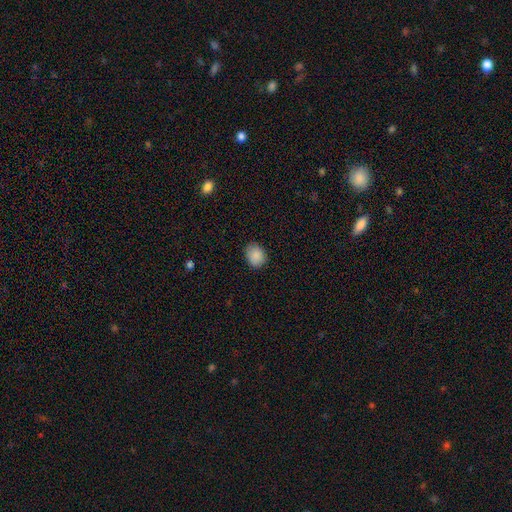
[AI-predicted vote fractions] This is clearly a smooth galaxy (89%). How rounded: possibly in between (50%). Merging: clearly none (82%).